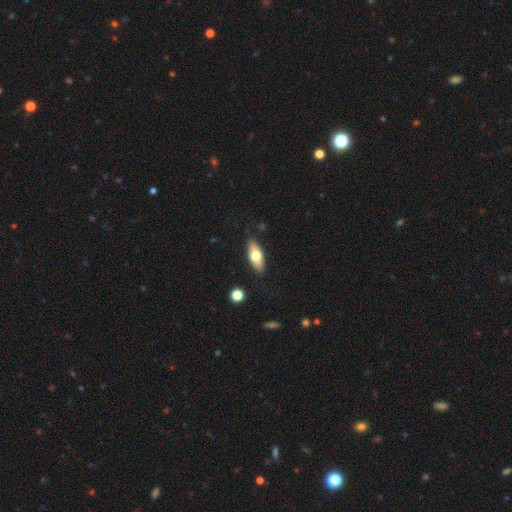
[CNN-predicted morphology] A smooth galaxy with no disk features (65%) that is in between round and cigar-shaped (76%). Merging: none (86%).